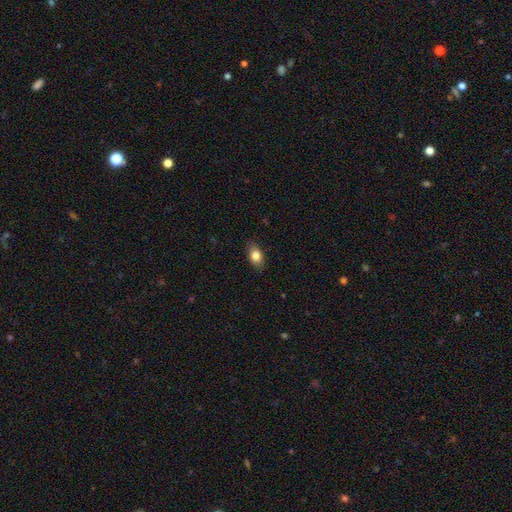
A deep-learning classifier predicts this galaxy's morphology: smooth_or_featured: smooth (p=0.82) [alt: featured or disk p=0.10]
how_rounded: in between (p=0.85) [alt: round p=0.13]
merging: none (p=0.85) [alt: minor disturbance p=0.12]